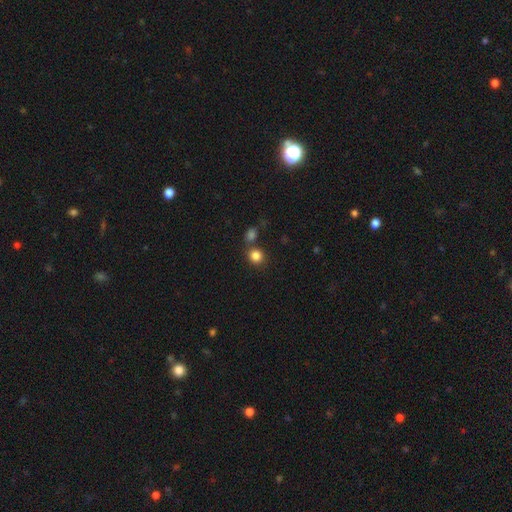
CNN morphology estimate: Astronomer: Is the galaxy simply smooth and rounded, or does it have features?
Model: smooth — 83%.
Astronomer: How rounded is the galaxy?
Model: round — 81%.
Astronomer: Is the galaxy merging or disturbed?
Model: none — 69%.